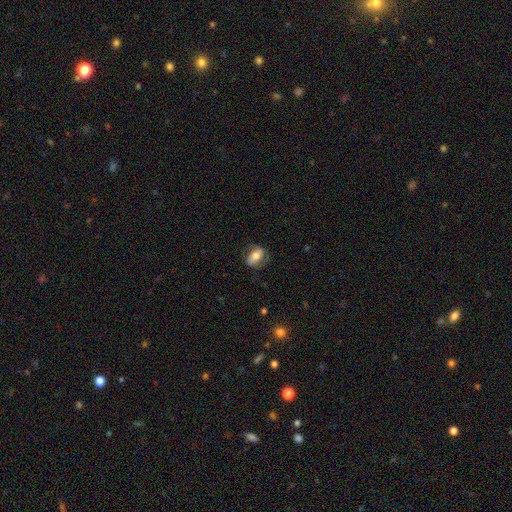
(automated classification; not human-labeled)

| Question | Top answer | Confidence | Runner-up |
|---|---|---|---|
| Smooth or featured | smooth | 61% | featured or disk (31%) |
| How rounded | in between | 81% | round (15%) |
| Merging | none | 71% | minor disturbance (20%) |